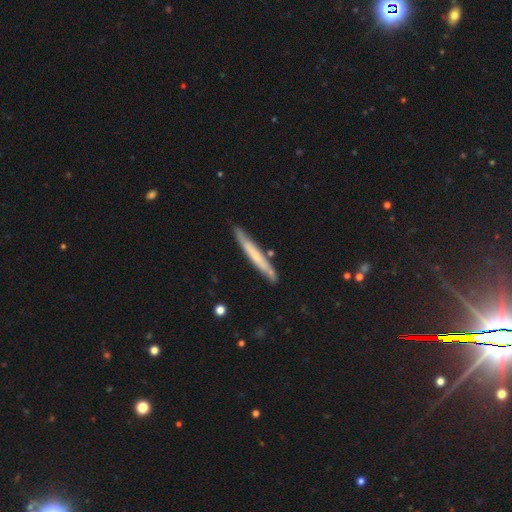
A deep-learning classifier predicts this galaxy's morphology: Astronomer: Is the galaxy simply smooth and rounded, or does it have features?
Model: smooth — 50% (runner-up: featured or disk, 45%).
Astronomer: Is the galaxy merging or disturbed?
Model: none — 83%.